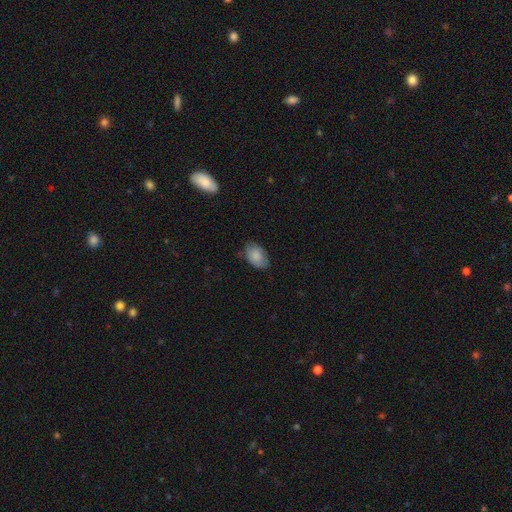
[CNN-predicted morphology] The model was most divided on "merging": none: 74%, minor disturbance: 21%, major disturbance: 4%, merger: 1%. More confident: how rounded — in between (90%); smooth or featured — smooth (85%).